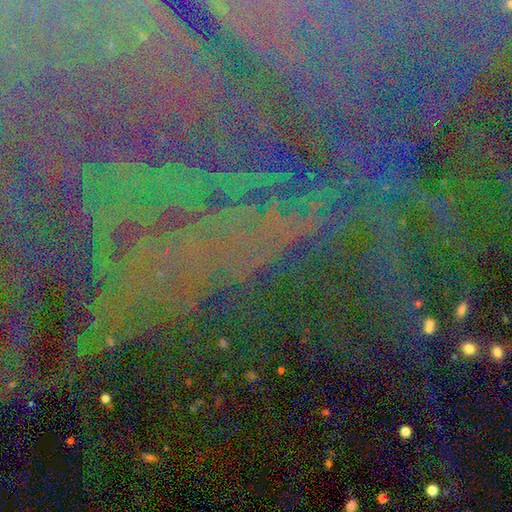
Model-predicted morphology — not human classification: This is clearly a star or artifact rather than a galaxy (84%).